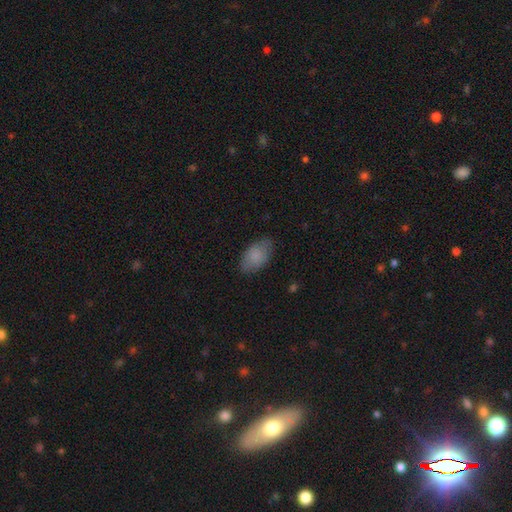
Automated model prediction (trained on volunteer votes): Smooth or featured? Predicted: smooth (p=0.84). How rounded? Predicted: in between (p=0.93). Merging? Predicted: none (p=0.78).